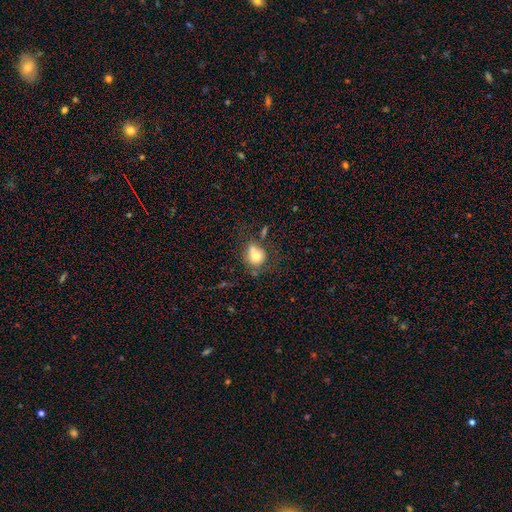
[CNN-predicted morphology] smooth_or_featured: smooth (p=0.71) [alt: featured or disk p=0.18]
how_rounded: round (p=0.66) [alt: in between p=0.33]
merging: none (p=0.45) [alt: minor disturbance p=0.25]